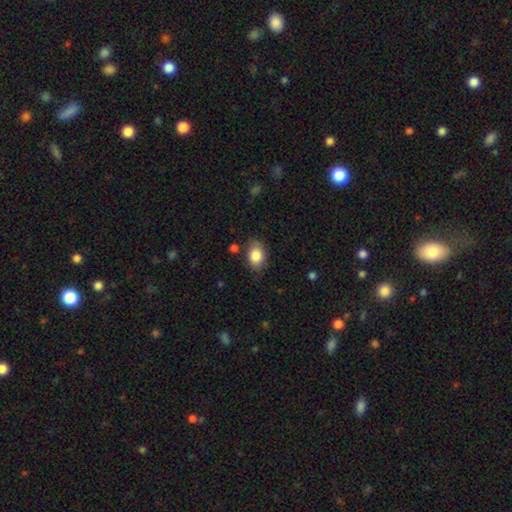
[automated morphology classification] Overall: smooth (84%). How rounded: in between (80%). Merging: none (79%).